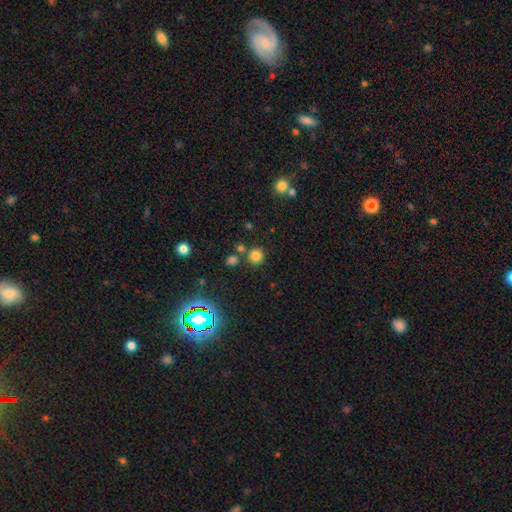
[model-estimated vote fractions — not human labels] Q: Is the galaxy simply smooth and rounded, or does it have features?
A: smooth — 76%.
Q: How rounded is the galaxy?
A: round — 93%.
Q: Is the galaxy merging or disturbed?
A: none — 77%.